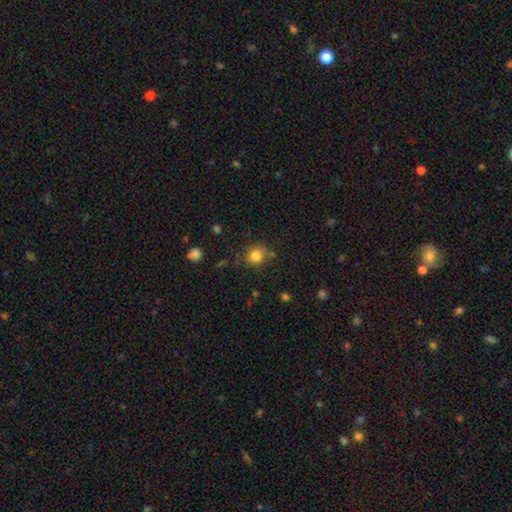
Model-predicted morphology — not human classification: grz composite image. It shows a smooth galaxy with no disk features (82%) that is round (83%). Merging: none (75%).